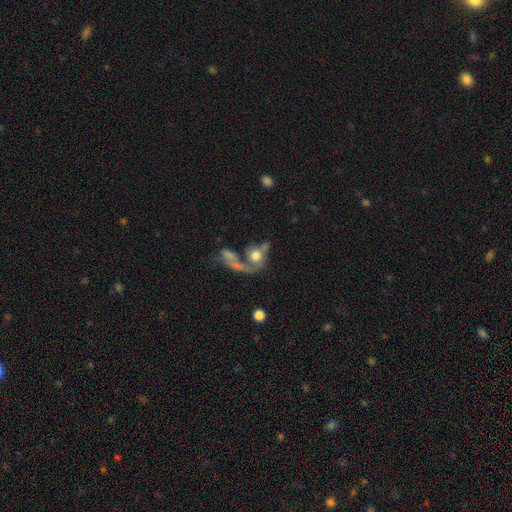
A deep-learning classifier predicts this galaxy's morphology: smooth_or_featured: smooth (p=0.52) [alt: featured or disk p=0.38]
how_rounded: round (p=0.60) [alt: in between p=0.37]
merging: merger (p=0.45) [alt: major disturbance p=0.25]